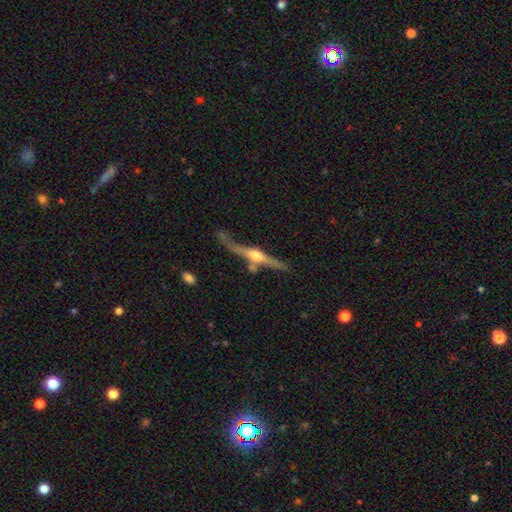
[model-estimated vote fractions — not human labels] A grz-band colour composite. It shows a featured or disk galaxy (78%) viewed edge-on (95%) with a rounded central bulge (92%). Merging: none (59%).